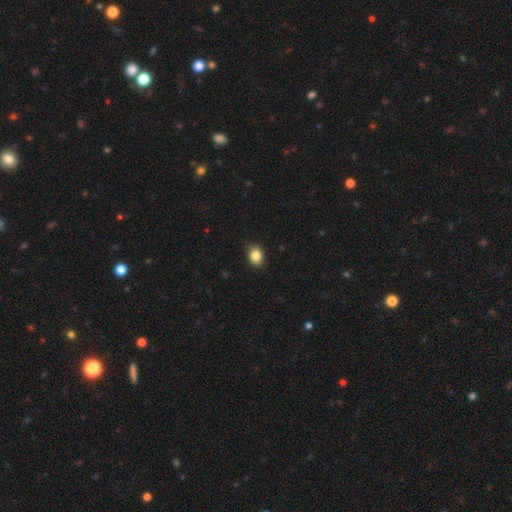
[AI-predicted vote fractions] Smooth or featured?
  - smooth: 85% *
  - star or artifact: 9%
  - featured or disk: 5%
How rounded?
  - in between: 57% *
  - round: 42%
  - cigar-shaped: 1%
Merging?
  - none: 88% *
  - minor disturbance: 9%
  - major disturbance: 2%
  - merger: 1%